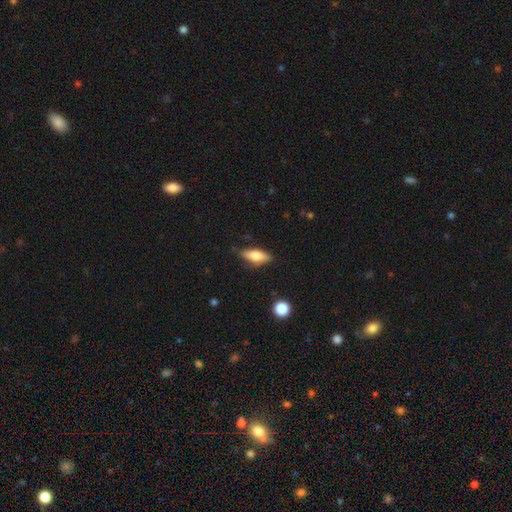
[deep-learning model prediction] A smooth galaxy with no disk features (68%) that is in between round and cigar-shaped (71%).

Vote fractions:
- Smooth or featured? smooth: 68% / featured or disk: 26% / star or artifact: 7%
- How rounded? in between: 71% / cigar-shaped: 26% / round: 3%
- Merging? none: 79% / minor disturbance: 17% / major disturbance: 3% / merger: 2%